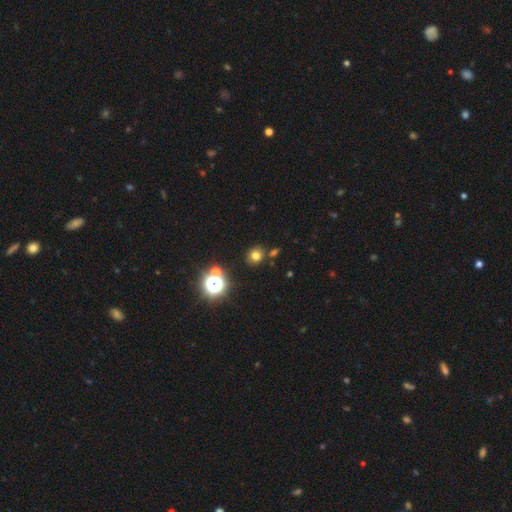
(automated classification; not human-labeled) This is likely a smooth galaxy (72%). How rounded: clearly round (81%). Merging: clearly none (82%).